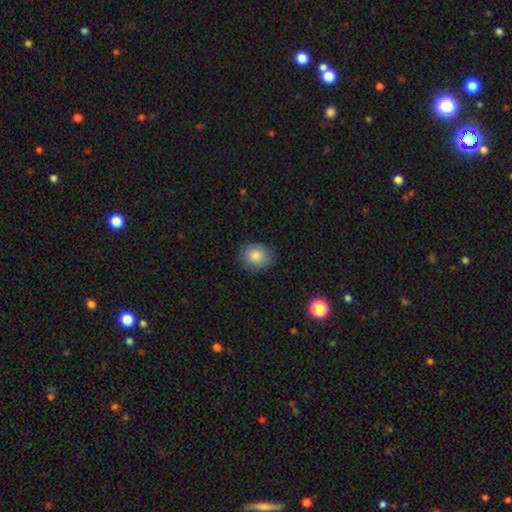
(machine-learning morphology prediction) Q: Smooth or featured?
A: smooth (85%); runner-up: star or artifact (9%)
Q: How rounded?
A: round (72%); runner-up: in between (27%)
Q: Merging?
A: none (85%); runner-up: minor disturbance (12%)